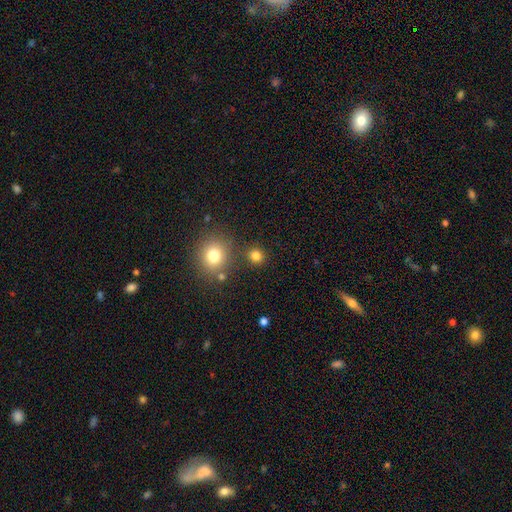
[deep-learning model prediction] Morphology: type=smooth (81%); roundness=round (86%); merging=none (83%).